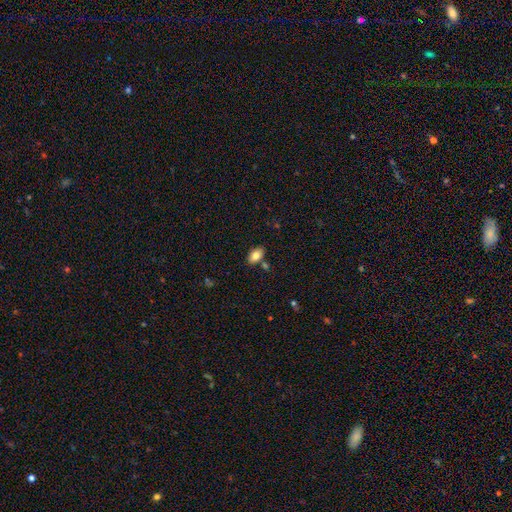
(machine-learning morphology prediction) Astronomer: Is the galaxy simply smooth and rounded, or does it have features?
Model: smooth — 81%.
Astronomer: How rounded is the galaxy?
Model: in between — 90%.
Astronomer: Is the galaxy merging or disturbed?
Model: none — 79%.